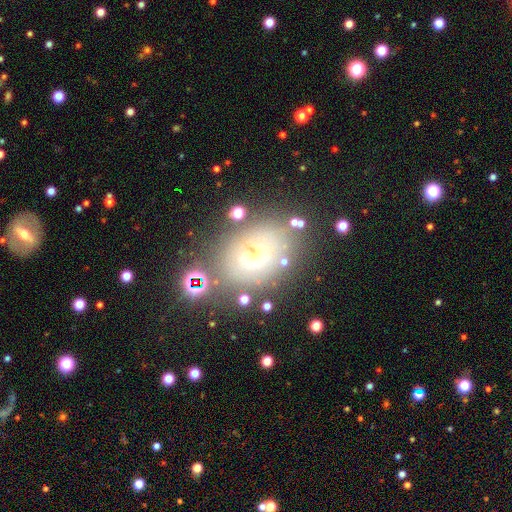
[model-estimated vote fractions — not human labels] This is possibly a smooth galaxy (46%). Merging: likely none (67%).